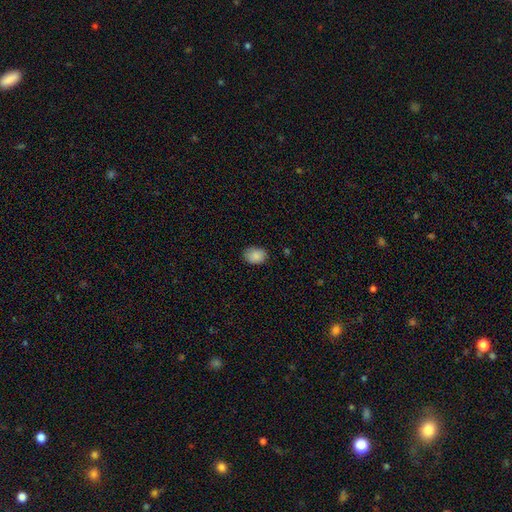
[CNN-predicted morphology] This is clearly a smooth galaxy (88%). How rounded: likely in between (65%). Merging: clearly none (81%).